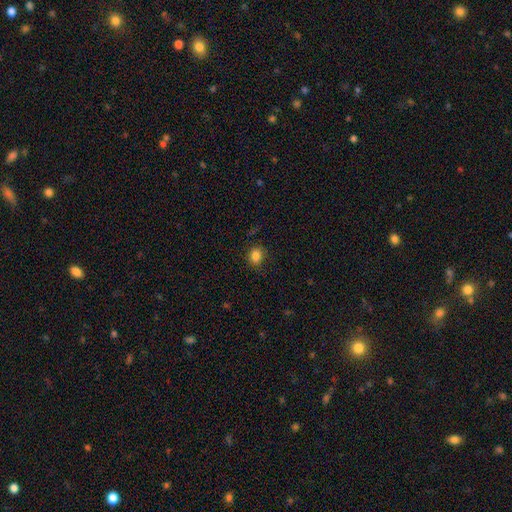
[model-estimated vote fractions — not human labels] Smooth or featured? Predicted: smooth (p=0.83). How rounded? Predicted: round (p=0.68). Merging? Predicted: none (p=0.83).